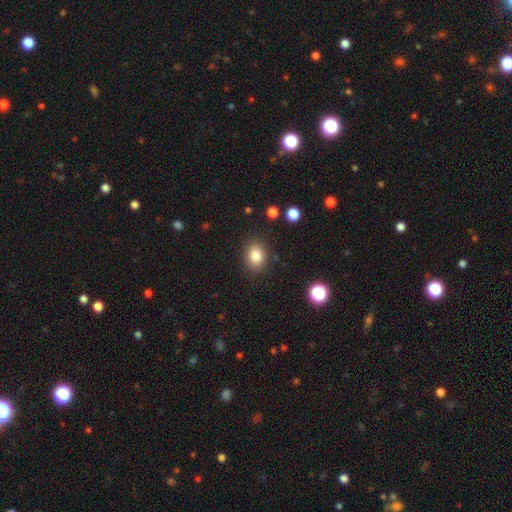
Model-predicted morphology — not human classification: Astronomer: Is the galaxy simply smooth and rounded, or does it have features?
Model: smooth — 83%.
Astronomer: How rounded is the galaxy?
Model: in between — 59% (runner-up: round, 40%).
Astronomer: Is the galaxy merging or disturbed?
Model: none — 87%.